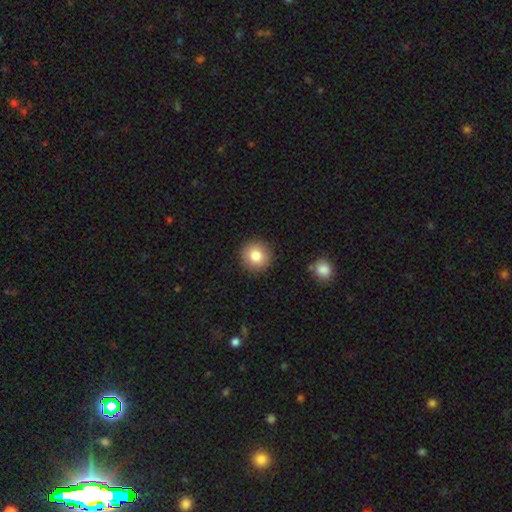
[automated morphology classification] smooth 83%, star or artifact 9%, featured or disk 8%. Down the decision tree: how rounded — round (94%); merging — none (91%).